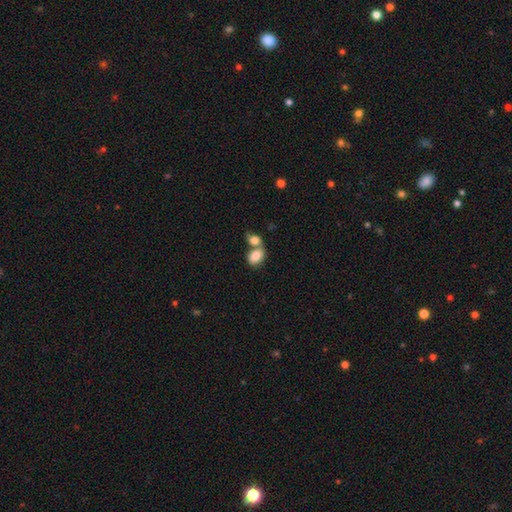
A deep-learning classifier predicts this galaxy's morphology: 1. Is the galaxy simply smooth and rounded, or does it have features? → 84% smooth, 8% featured or disk, 7% star or artifact.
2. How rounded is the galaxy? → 79% in between, 19% round, 1% cigar-shaped.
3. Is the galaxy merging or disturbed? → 57% merger, 29% none, 10% minor disturbance, 5% major disturbance.